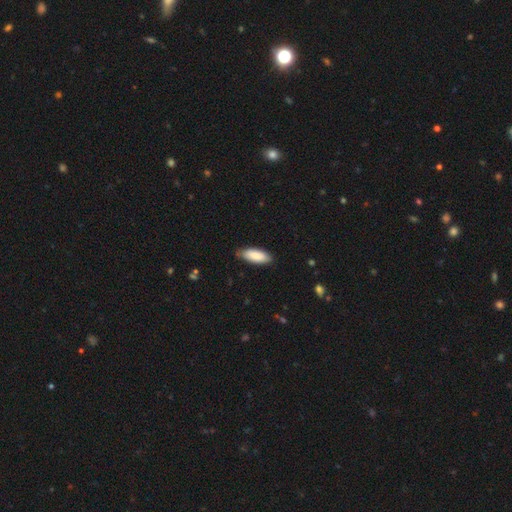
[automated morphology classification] A smooth galaxy with no disk features (87%) that is in between round and cigar-shaped (75%). Merging: none (83%).